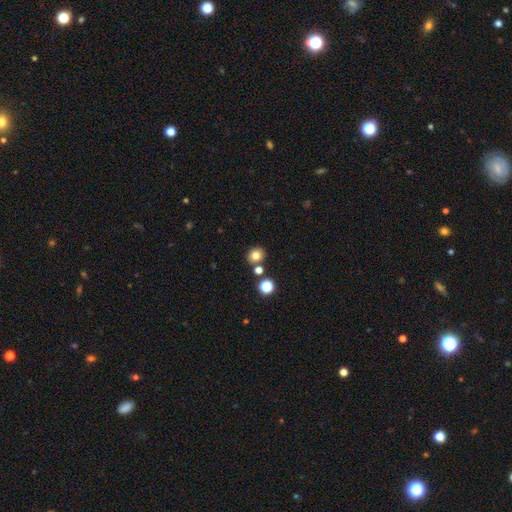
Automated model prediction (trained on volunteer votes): Smooth or featured? Predicted: smooth (p=0.78). How rounded? Predicted: round (p=0.84). Merging? Predicted: none (p=0.79).